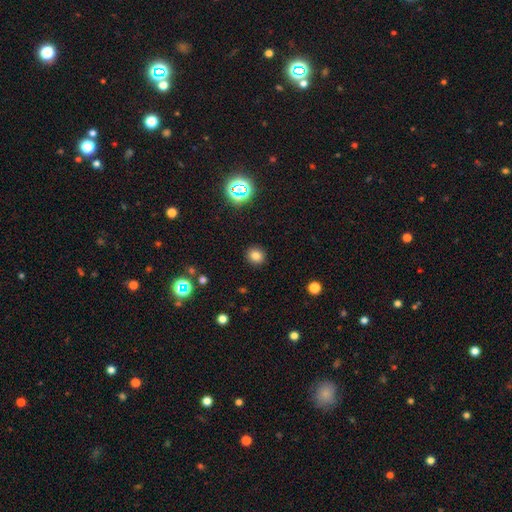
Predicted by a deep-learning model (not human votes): Smooth or featured? Predicted: smooth (p=0.78). How rounded? Predicted: round (p=0.84). Merging? Predicted: none (p=0.91).